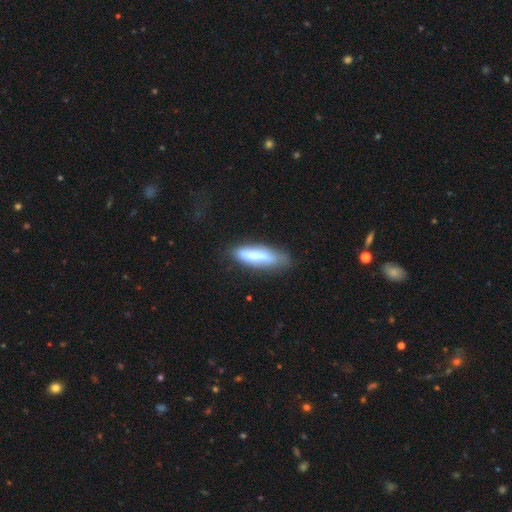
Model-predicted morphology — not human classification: This appears to be a smooth galaxy with no disk features (74%) that is cigar-shaped (65%). Merging: none (65%).